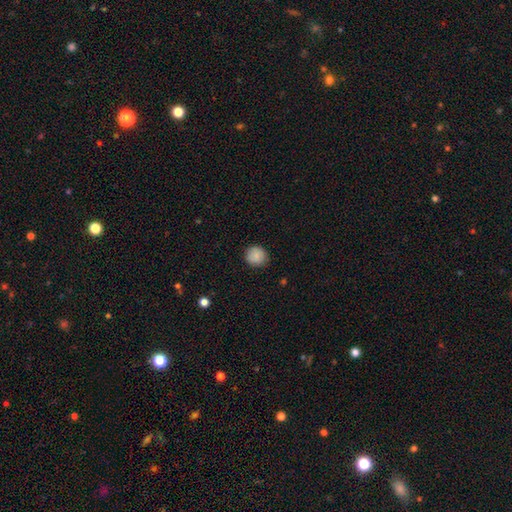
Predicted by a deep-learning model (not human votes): Morphology: type=smooth (87%); roundness=round (92%); merging=none (88%).